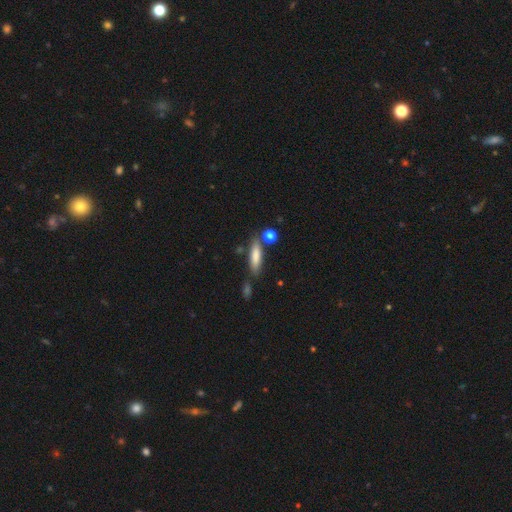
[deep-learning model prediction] Smooth or featured: smooth — 79% (featured or disk — 14%)
How rounded: cigar-shaped — 67% (in between — 31%)
Merging: none — 74% (minor disturbance — 14%)